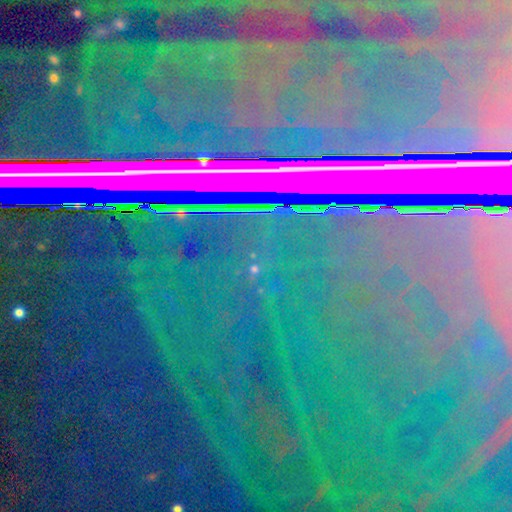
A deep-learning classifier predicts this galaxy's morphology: A star or artifact, not a galaxy (87%).